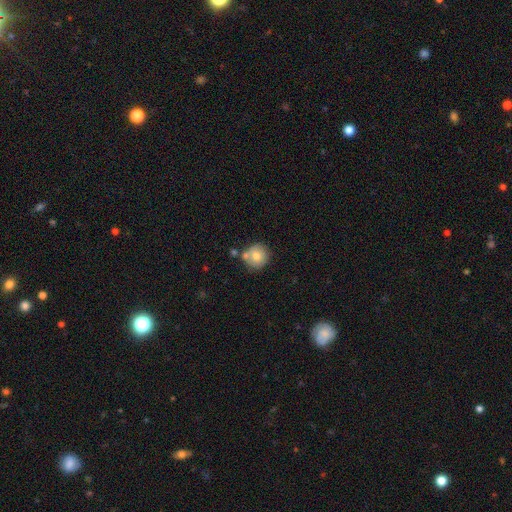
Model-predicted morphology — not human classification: smooth_or_featured: smooth (p=0.76) [alt: featured or disk p=0.15]
how_rounded: round (p=0.91) [alt: in between p=0.08]
merging: none (p=0.64) [alt: merger p=0.18]